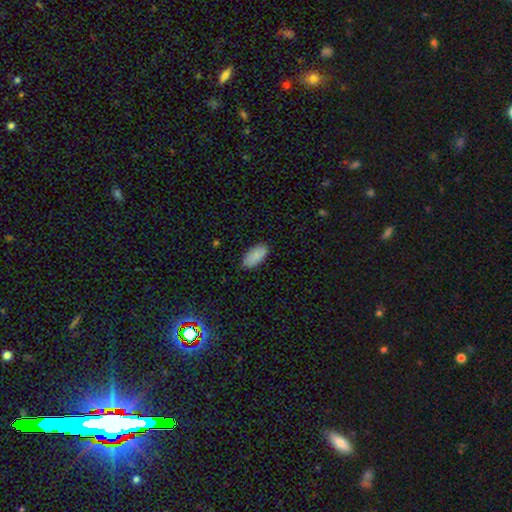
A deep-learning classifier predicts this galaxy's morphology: Q: Smooth or featured?
A: smooth (89%); runner-up: star or artifact (6%)
Q: How rounded?
A: in between (94%); runner-up: cigar-shaped (4%)
Q: Merging?
A: none (86%); runner-up: minor disturbance (11%)